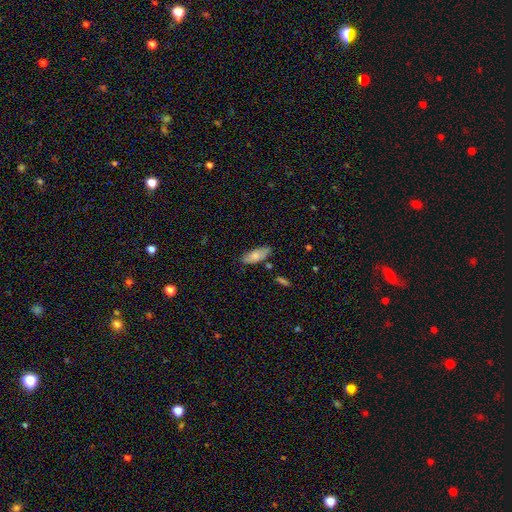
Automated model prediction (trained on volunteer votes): Q: Smooth or featured?
A: smooth (75%); runner-up: featured or disk (18%)
Q: How rounded?
A: in between (82%); runner-up: cigar-shaped (16%)
Q: Merging?
A: none (71%); runner-up: minor disturbance (21%)